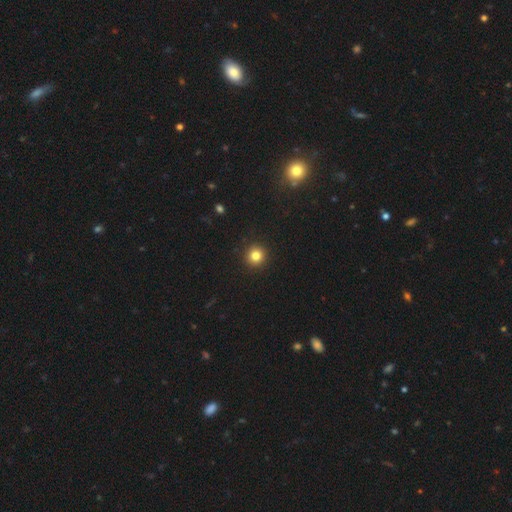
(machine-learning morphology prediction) smooth-or-featured: smooth: 82% | star or artifact: 12% | featured or disk: 6%
  how-rounded: round: 94% | in between: 5% | cigar-shaped: 1%
  merging: none: 93% | minor disturbance: 5% | major disturbance: 2% | merger: 1%